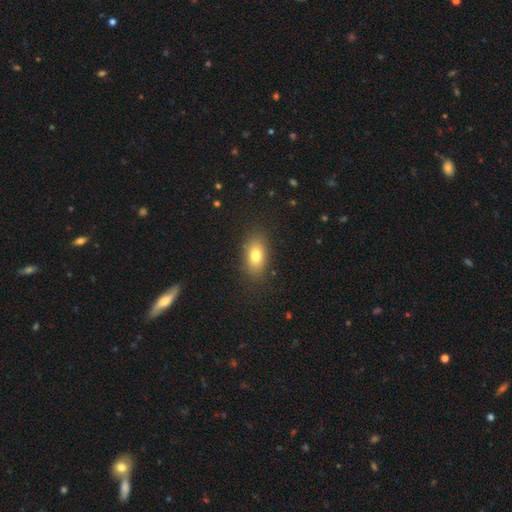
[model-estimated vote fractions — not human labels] A smooth galaxy with no disk features (77%) that is in between round and cigar-shaped (86%).

Vote fractions:
- Smooth or featured? smooth: 77% / featured or disk: 14% / star or artifact: 10%
- How rounded? in between: 86% / round: 10% / cigar-shaped: 4%
- Merging? none: 85% / minor disturbance: 10% / major disturbance: 4% / merger: 1%